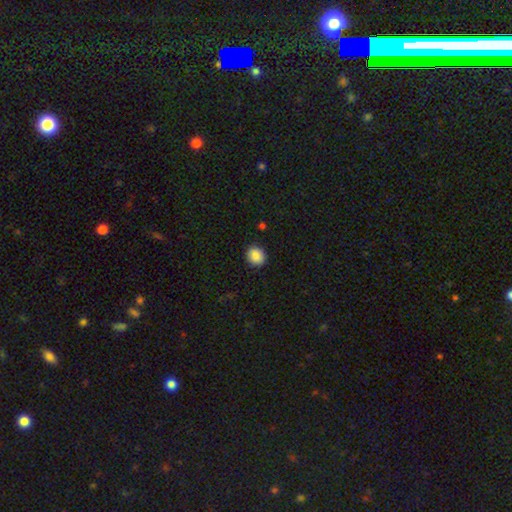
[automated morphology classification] A smooth galaxy with no disk features (88%) that is round (78%). Merging: none (89%).